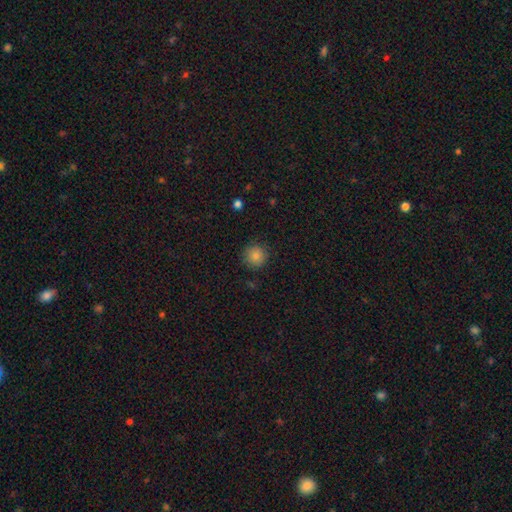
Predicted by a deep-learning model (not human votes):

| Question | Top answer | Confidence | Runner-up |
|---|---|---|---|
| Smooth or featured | smooth | 85% | star or artifact (10%) |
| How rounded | round | 94% | in between (5%) |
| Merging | none | 88% | minor disturbance (9%) |